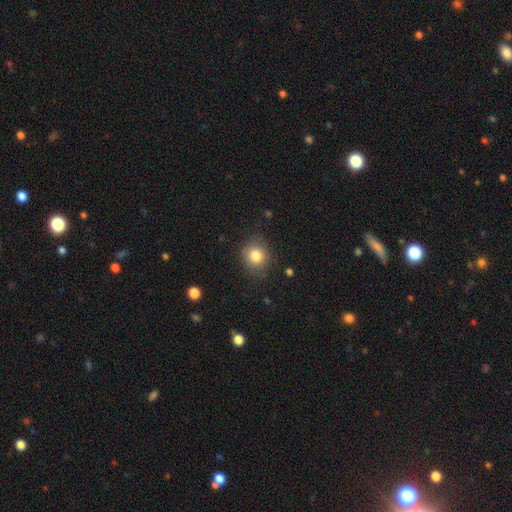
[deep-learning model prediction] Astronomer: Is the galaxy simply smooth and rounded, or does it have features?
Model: smooth — 81%.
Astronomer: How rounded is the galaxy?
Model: round — 76%.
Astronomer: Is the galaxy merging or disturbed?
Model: none — 78%.